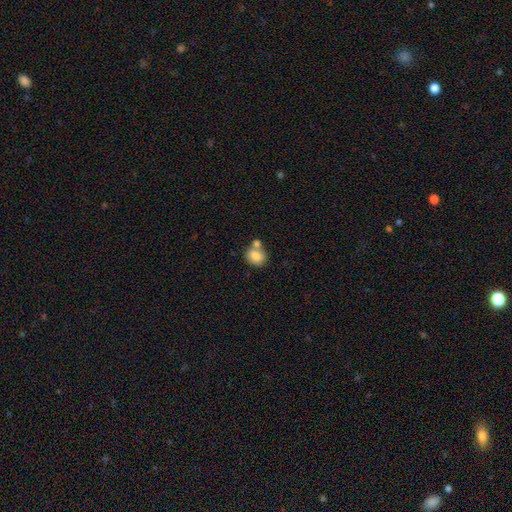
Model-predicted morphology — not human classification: Q: Smooth or featured?
A: smooth (83%); runner-up: featured or disk (9%)
Q: How rounded?
A: round (62%); runner-up: in between (37%)
Q: Merging?
A: none (47%); runner-up: merger (38%)